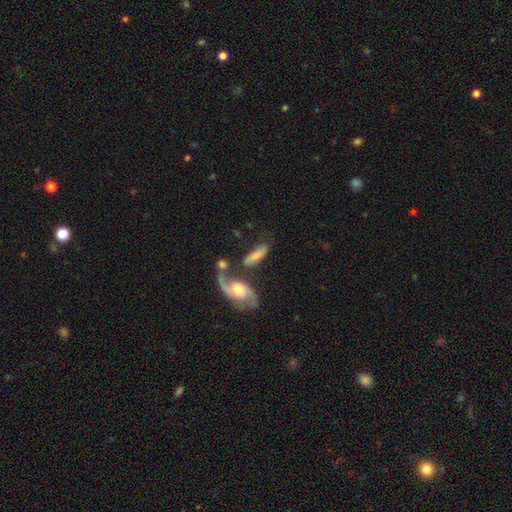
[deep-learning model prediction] Morphology: type=smooth (55%); roundness=in between (54%); merging=none (43%).